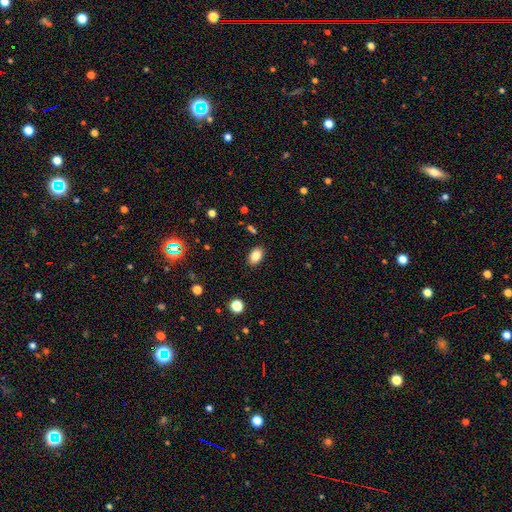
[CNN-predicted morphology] This appears to be a smooth galaxy with no disk features (84%) that is in between round and cigar-shaped (86%). Merging: none (87%).